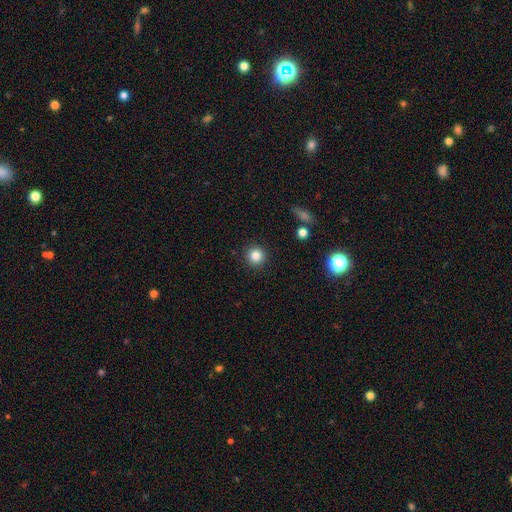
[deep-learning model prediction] The model was most divided on "smooth or featured": smooth: 83%, star or artifact: 11%, featured or disk: 6%. More confident: how rounded — round (94%); merging — none (91%).